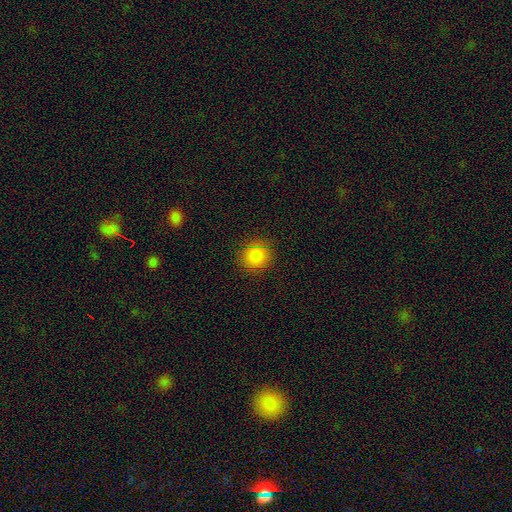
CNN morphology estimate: Q: Smooth or featured?
A: smooth (85%); runner-up: star or artifact (11%)
Q: How rounded?
A: round (88%); runner-up: in between (11%)
Q: Merging?
A: none (88%); runner-up: minor disturbance (9%)